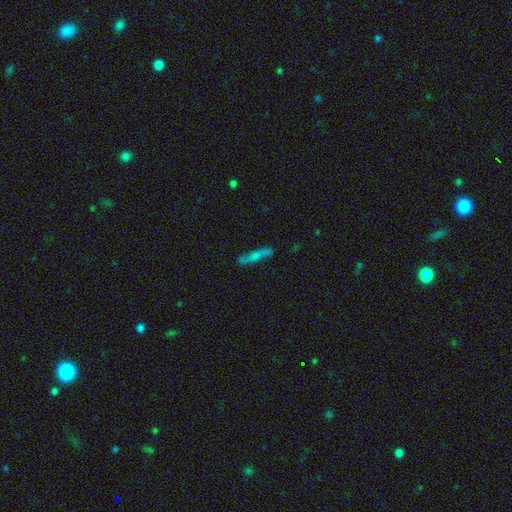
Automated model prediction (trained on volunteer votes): smooth_or_featured: smooth (p=0.59) [alt: featured or disk p=0.32]
how_rounded: cigar-shaped (p=0.84) [alt: in between p=0.13]
merging: none (p=0.76) [alt: minor disturbance p=0.17]